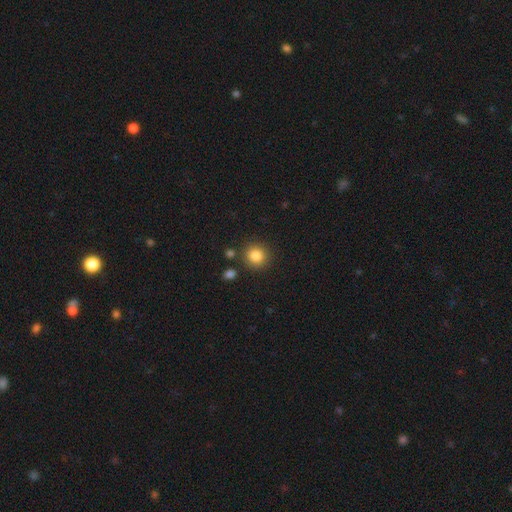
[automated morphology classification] Overall: smooth (84%). How rounded: round (91%). Merging: none (86%).